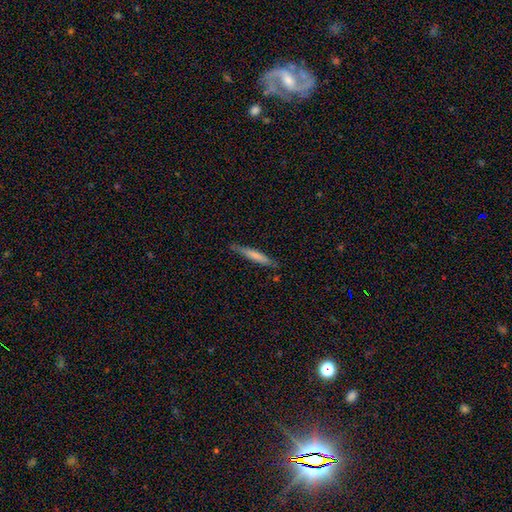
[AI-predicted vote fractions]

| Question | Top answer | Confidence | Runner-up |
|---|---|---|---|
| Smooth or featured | smooth | 70% | featured or disk (24%) |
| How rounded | cigar-shaped | 93% | in between (6%) |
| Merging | none | 81% | minor disturbance (15%) |